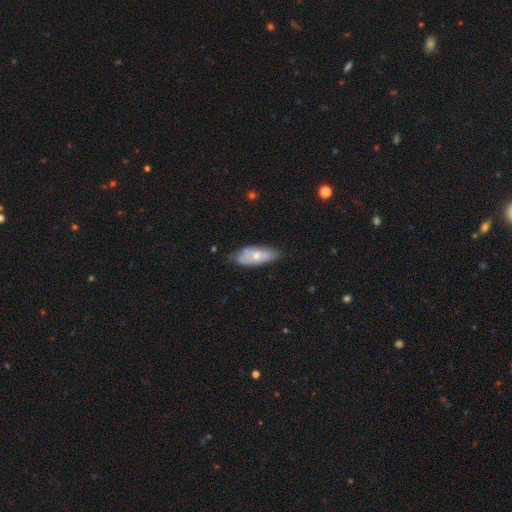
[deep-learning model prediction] Overall: smooth (59%; featured or disk 35%). How rounded: in between (82%). Merging: none (54%; minor disturbance 34%).